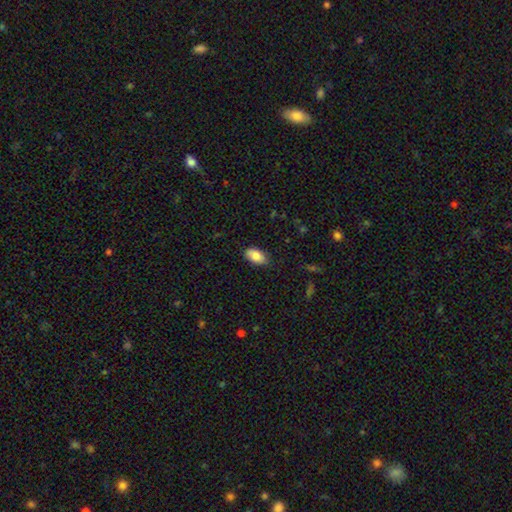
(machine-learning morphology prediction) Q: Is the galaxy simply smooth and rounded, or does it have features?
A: smooth — 83%.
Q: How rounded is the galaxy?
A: in between — 93%.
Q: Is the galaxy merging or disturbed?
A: none — 81%.